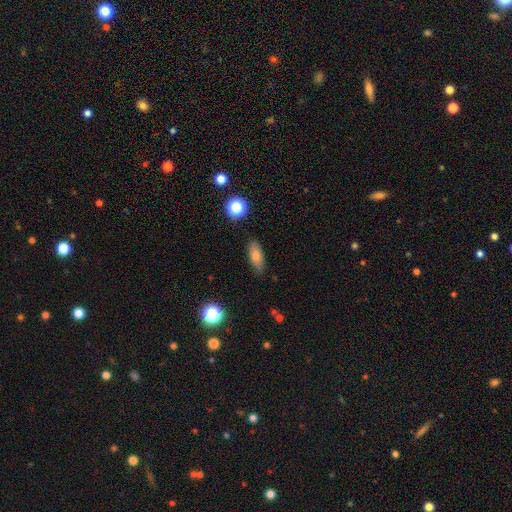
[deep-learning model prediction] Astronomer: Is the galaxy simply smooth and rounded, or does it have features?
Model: smooth — 74%.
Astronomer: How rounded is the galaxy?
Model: in between — 75%.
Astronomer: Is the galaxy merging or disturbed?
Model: none — 84%.